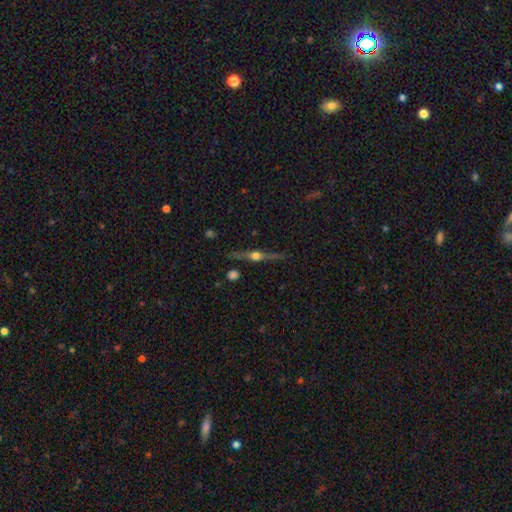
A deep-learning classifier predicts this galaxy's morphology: Smooth or featured? Predicted: featured or disk (p=0.81). Edge-on disk? Predicted: yes (p=0.98). Edge-on bulge? Predicted: rounded (p=0.95). Merging? Predicted: none (p=0.88).